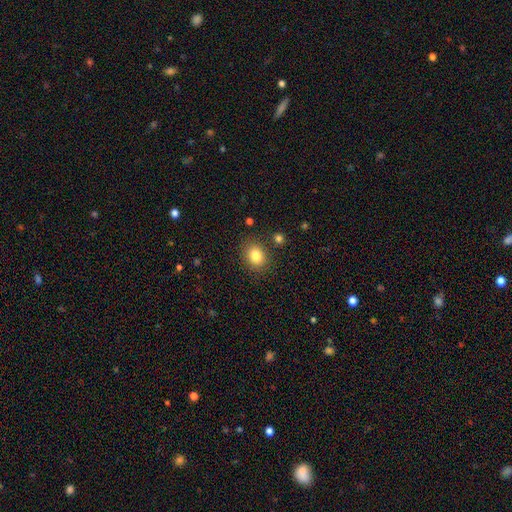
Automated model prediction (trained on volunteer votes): This appears to be a smooth galaxy with no disk features (84%) that is round (54%). Merging: none (85%).